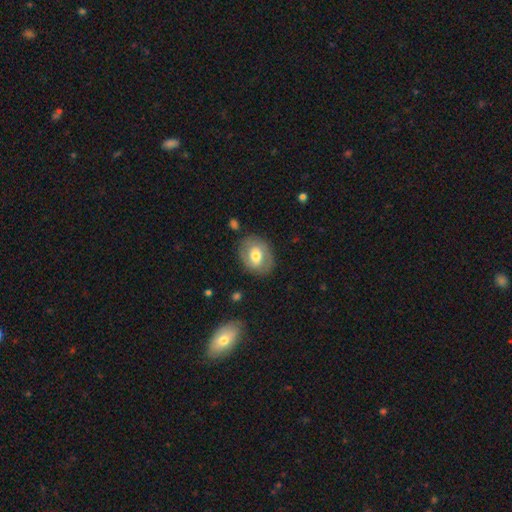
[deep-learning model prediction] Q: Smooth or featured?
A: smooth (55%); runner-up: featured or disk (38%)
Q: How rounded?
A: in between (58%); runner-up: round (41%)
Q: Merging?
A: none (79%); runner-up: minor disturbance (14%)